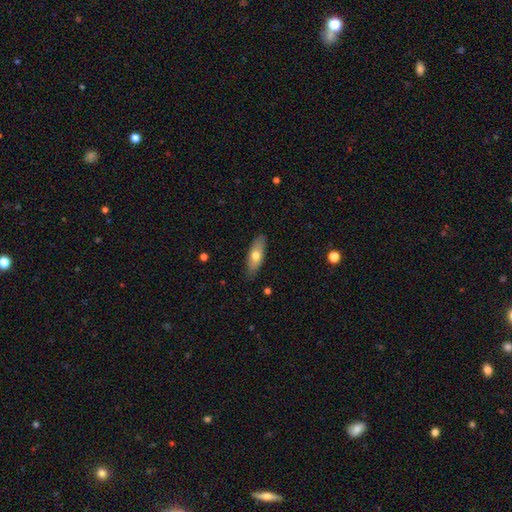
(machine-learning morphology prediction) This is likely a smooth galaxy (63%). How rounded: likely in between (64%). Merging: clearly none (85%).